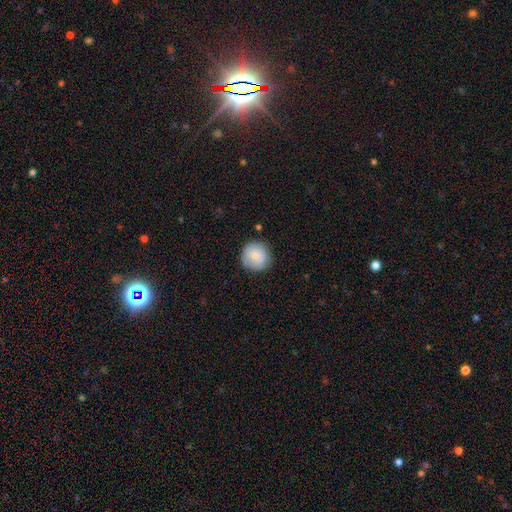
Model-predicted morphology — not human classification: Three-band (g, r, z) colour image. It shows a smooth galaxy with no disk features (84%) that is round (93%). Merging: none (82%).